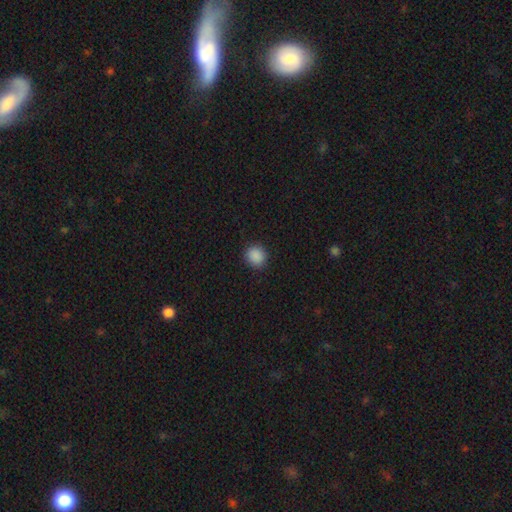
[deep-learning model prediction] smooth-or-featured: smooth: 88% | star or artifact: 9% | featured or disk: 2%
  how-rounded: round: 85% | in between: 14% | cigar-shaped: 1%
  merging: none: 91% | minor disturbance: 6% | major disturbance: 2% | merger: 1%